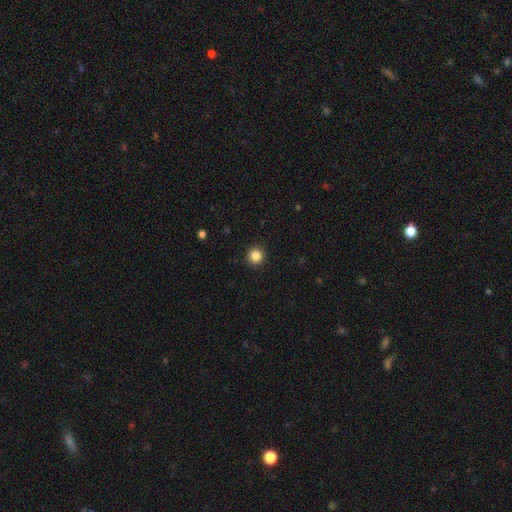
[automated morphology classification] The model was most divided on "smooth or featured": smooth: 86%, star or artifact: 10%, featured or disk: 3%. More confident: merging — none (92%); how rounded — round (92%).